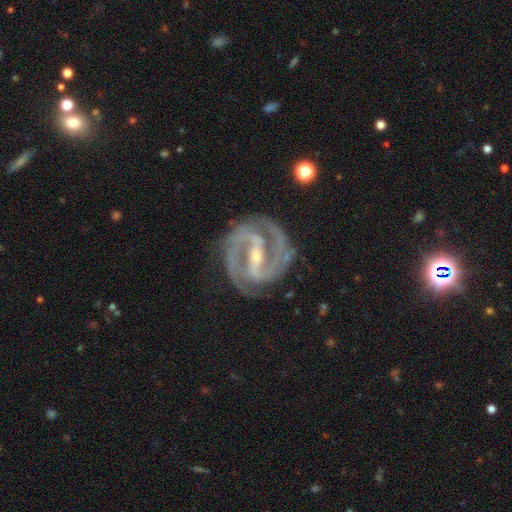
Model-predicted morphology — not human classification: Smooth or featured: featured or disk — 93% (star or artifact — 4%)
Edge-on disk: no — 97% (yes — 3%)
Bar: strong — 72% (weak — 21%)
Spiral arms: yes — 98% (no — 2%)
Spiral winding: tight — 48% (medium — 46%)
Spiral arm count: 2 — 90% (3 — 4%)
Bulge size: small — 66% (moderate — 30%)
Merging: none — 81% (minor disturbance — 13%)